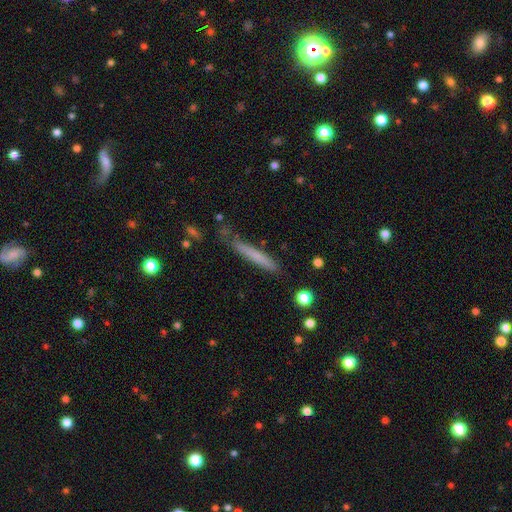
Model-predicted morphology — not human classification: Overall: smooth (68%). How rounded: cigar-shaped (95%). Merging: none (72%).